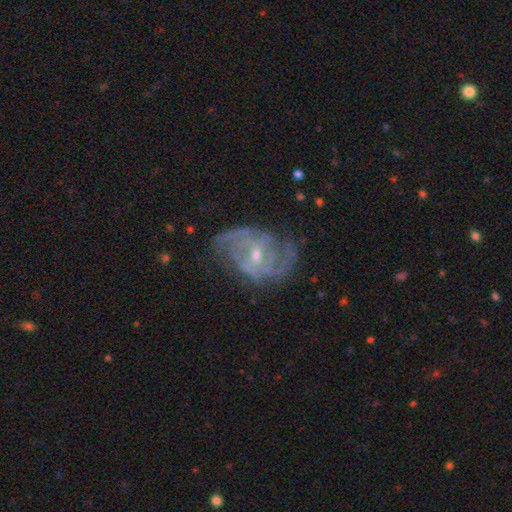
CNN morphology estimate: This appears to be a featured or disk galaxy (86%) with a weak bar (47%), 2 (42%) medium (43%) spiral arms (94%) and a small central bulge (54%). Merging: none (65%).